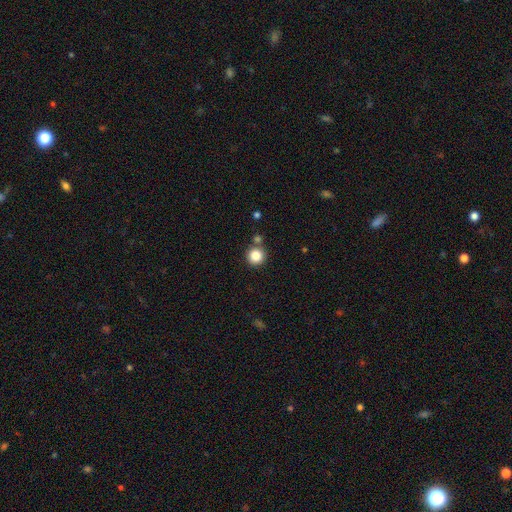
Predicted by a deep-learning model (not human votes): This is clearly a smooth galaxy (85%). How rounded: clearly round (94%). Merging: likely none (78%).